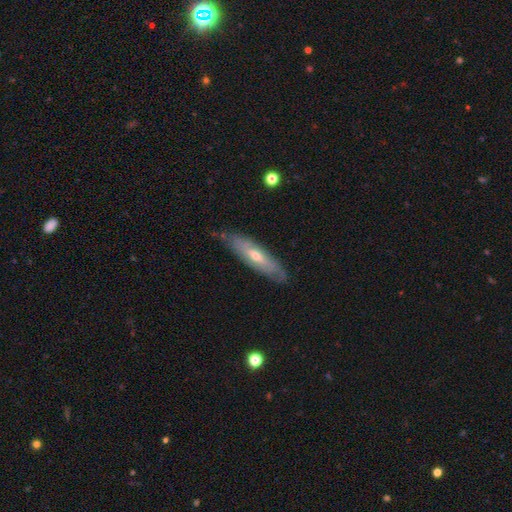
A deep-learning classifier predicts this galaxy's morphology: featured or disk 60%, smooth 33%, star or artifact 6%. Down the decision tree: edge-on disk — yes (50%, tied with no); merging — none (78%).